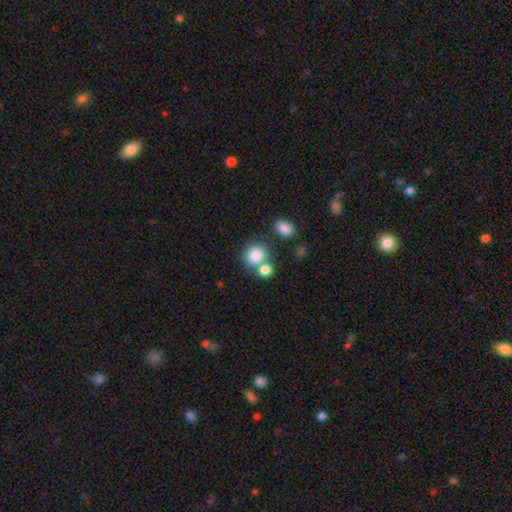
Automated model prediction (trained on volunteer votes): Morphology: type=smooth (83%); roundness=round (80%); merging=none (54%).